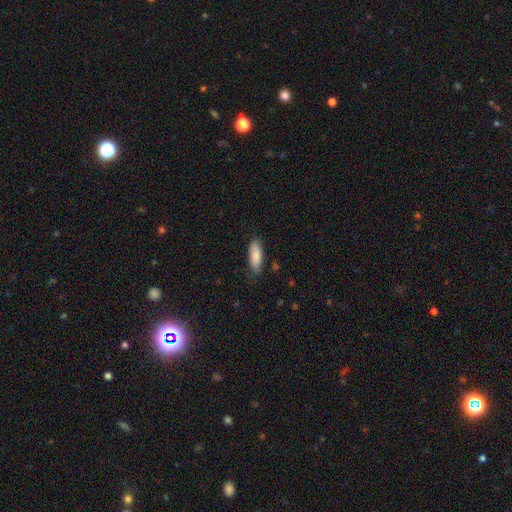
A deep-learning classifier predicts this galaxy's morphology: Q: Smooth or featured?
A: smooth (85%); runner-up: featured or disk (10%)
Q: How rounded?
A: in between (72%); runner-up: cigar-shaped (26%)
Q: Merging?
A: none (76%); runner-up: minor disturbance (19%)